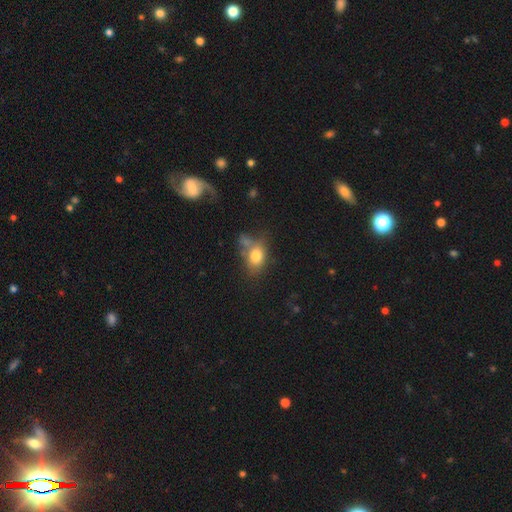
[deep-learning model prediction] This is likely a smooth galaxy (78%). How rounded: likely in between (68%). Merging: possibly none (50%).